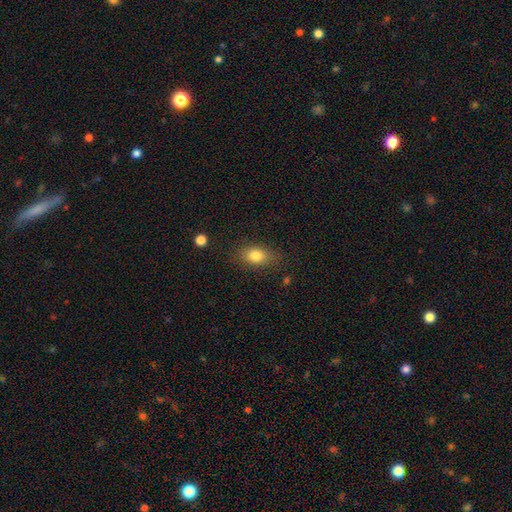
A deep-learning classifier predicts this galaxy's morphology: This appears to be a smooth galaxy with no disk features (81%) that is in between round and cigar-shaped (79%). Merging: none (80%).